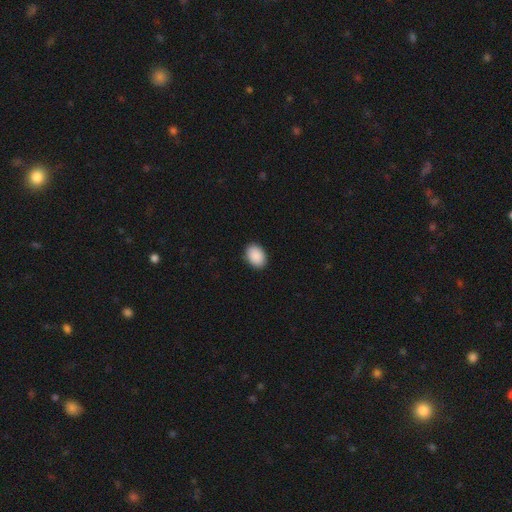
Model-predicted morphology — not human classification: Smooth or featured? Predicted: smooth (p=0.91). How rounded? Predicted: in between (p=0.82). Merging? Predicted: none (p=0.90).